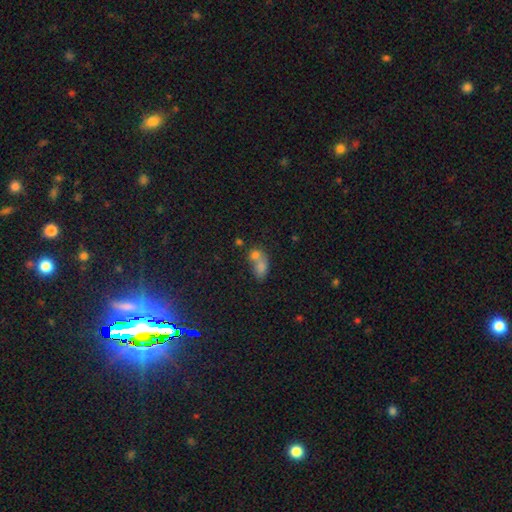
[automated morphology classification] smooth_or_featured: smooth (p=0.73) [alt: featured or disk p=0.15]
how_rounded: in between (p=0.65) [alt: round p=0.32]
merging: merger (p=0.66) [alt: none p=0.21]